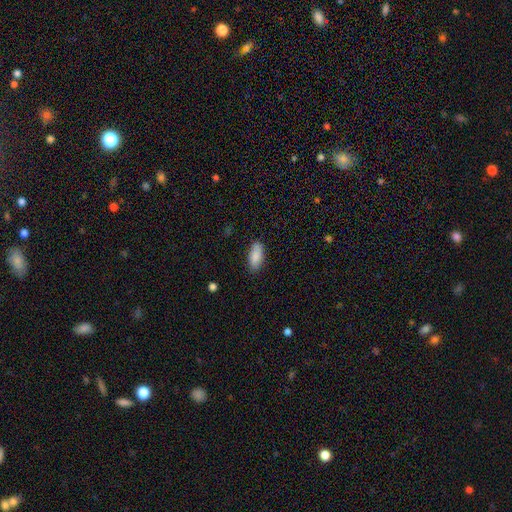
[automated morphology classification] Q: Smooth or featured?
A: smooth (88%); runner-up: star or artifact (6%)
Q: How rounded?
A: in between (86%); runner-up: cigar-shaped (12%)
Q: Merging?
A: none (85%); runner-up: minor disturbance (12%)